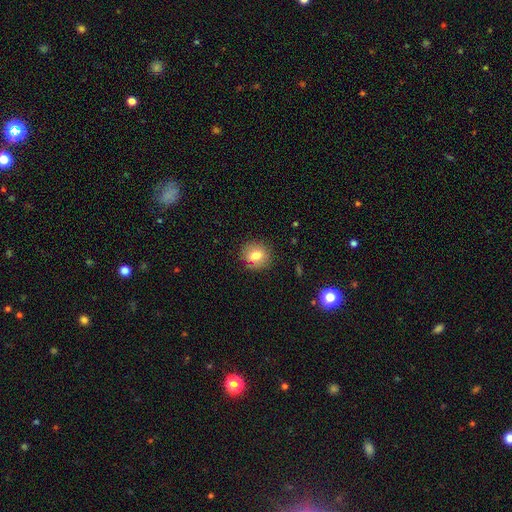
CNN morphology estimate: The model was most divided on "smooth or featured": smooth: 75%, featured or disk: 14%, star or artifact: 11%. More confident: merging — none (85%); how rounded — round (81%).